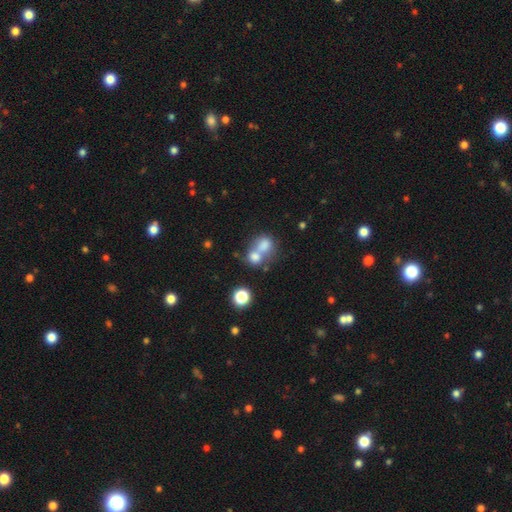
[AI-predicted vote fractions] Smooth or featured? smooth (72%)
How rounded? round (61%)
Merging? merger (64%)